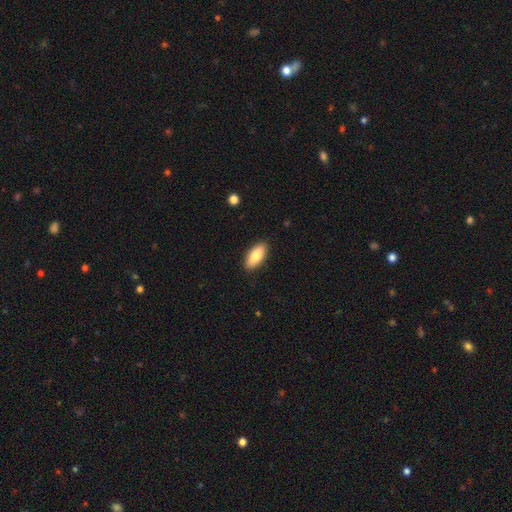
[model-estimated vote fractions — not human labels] Overall: smooth (80%). How rounded: in between (85%). Merging: none (89%).